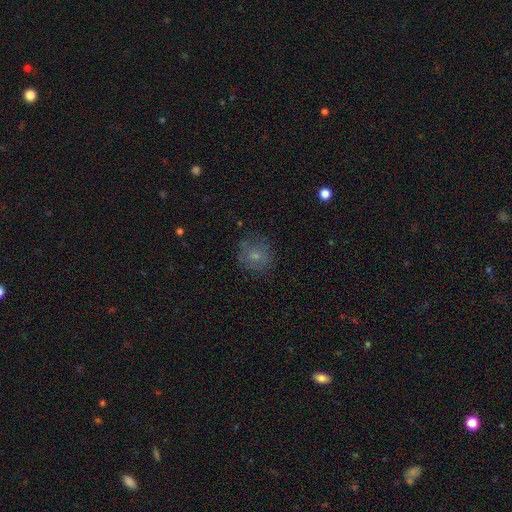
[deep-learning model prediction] smooth-or-featured: smooth: 72% | featured or disk: 17% | star or artifact: 12%
  how-rounded: round: 82% | in between: 17% | cigar-shaped: 1%
  merging: none: 70% | minor disturbance: 20% | major disturbance: 9% | merger: 2%